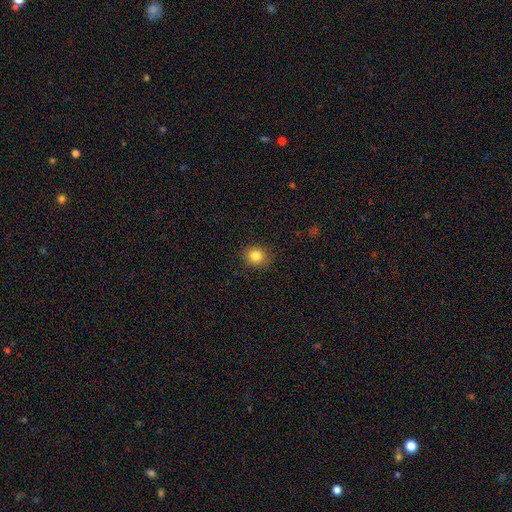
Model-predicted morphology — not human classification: type=smooth (84%); roundness=round (79%); merging=none (88%).